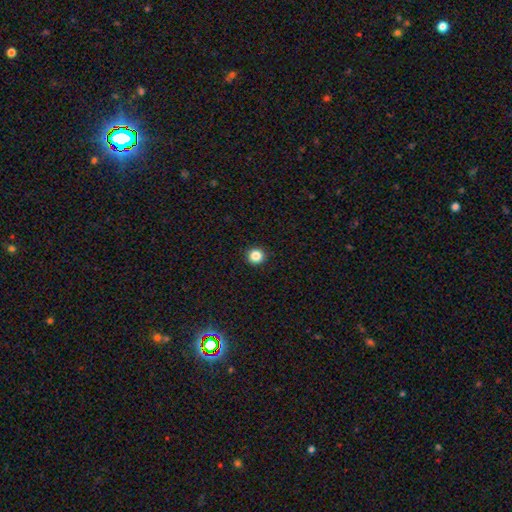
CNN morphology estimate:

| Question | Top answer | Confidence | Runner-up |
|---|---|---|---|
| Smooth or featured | smooth | 85% | star or artifact (12%) |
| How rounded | round | 95% | in between (4%) |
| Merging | none | 93% | minor disturbance (4%) |